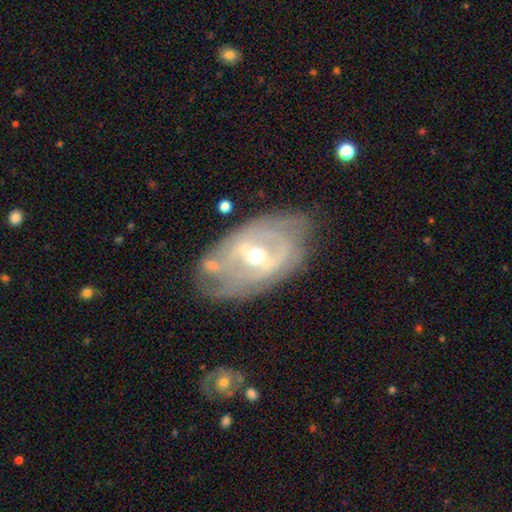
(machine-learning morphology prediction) featured or disk 83%, smooth 11%, star or artifact 6%. Down the decision tree: edge-on disk — no (93%); bar — weak (44%); spiral arms — yes (77%); spiral arm count — can't tell (41%); spiral winding — tight (59%); bulge size — moderate (60%); merging — none (67%).